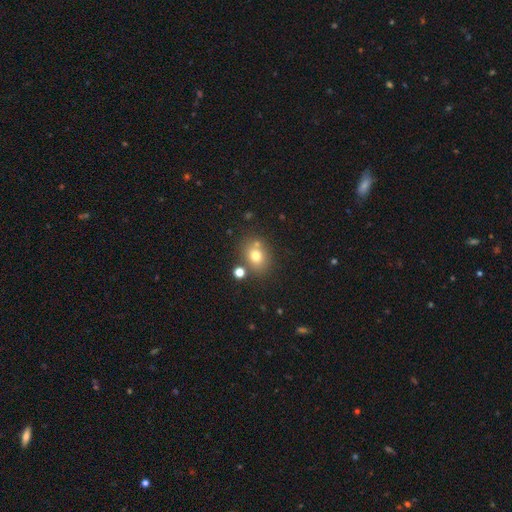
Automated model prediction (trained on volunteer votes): Morphology: type=smooth (73%); roundness=round (56%); merging=none (70%).